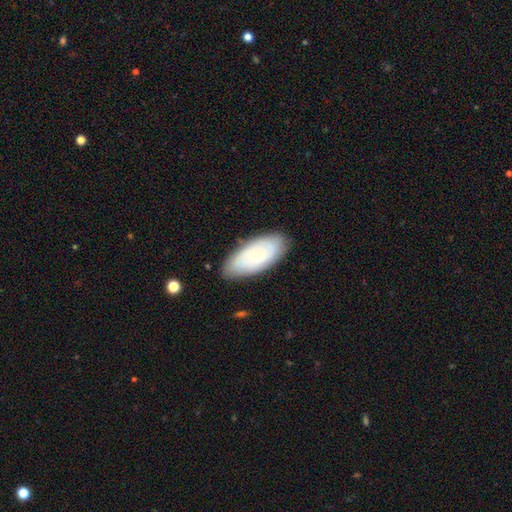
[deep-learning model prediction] featured or disk 49%, smooth 44%, star or artifact 7%. Down the decision tree: merging — none (80%).